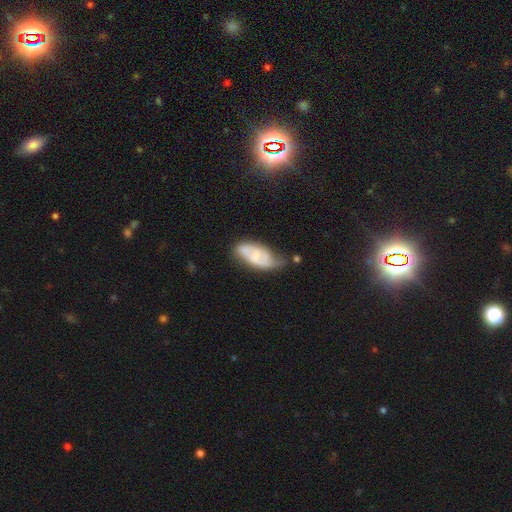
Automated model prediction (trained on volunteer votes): Smooth or featured: featured or disk — 51% (smooth — 41%)
Edge-on disk: no — 91% (yes — 9%)
Merging: none — 40% (minor disturbance — 38%)